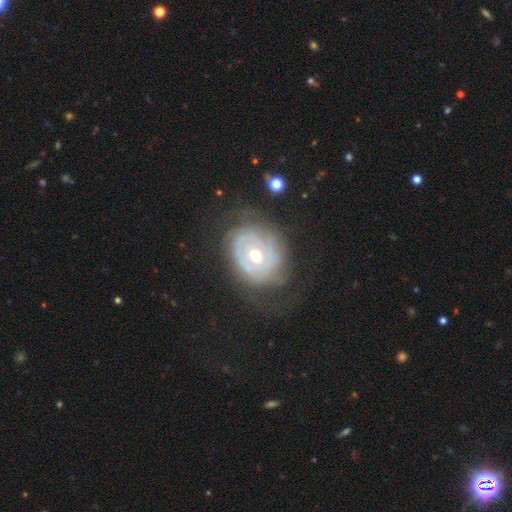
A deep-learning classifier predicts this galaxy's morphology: Overall: featured or disk (80%). Edge-on disk: no (96%). Bar: no (78%). Spiral arms: yes (82%). Spiral arm count: can't tell (44%; 2 24%). Spiral winding: tight (74%). Bulge size: moderate (67%; small 27%). Merging: none (63%).